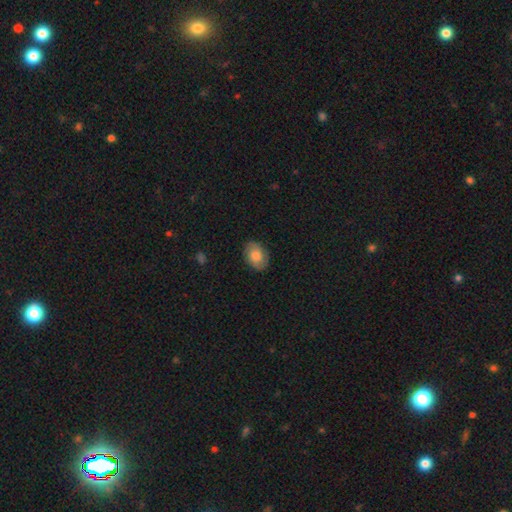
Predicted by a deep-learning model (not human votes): This is likely a smooth galaxy (70%). How rounded: likely in between (78%). Merging: clearly none (84%).